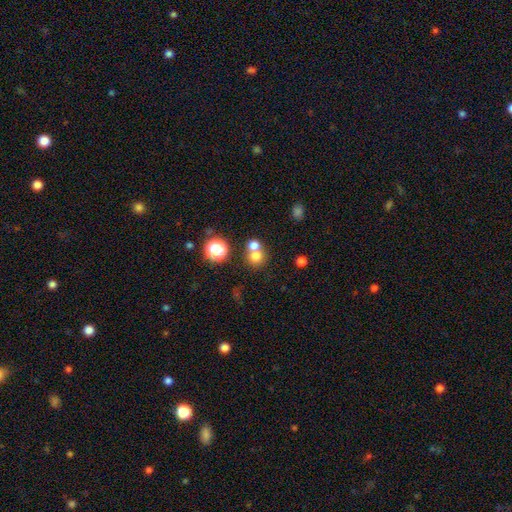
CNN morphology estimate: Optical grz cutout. It shows a smooth galaxy with no disk features (72%) that is round (85%). Merging: none (48%).